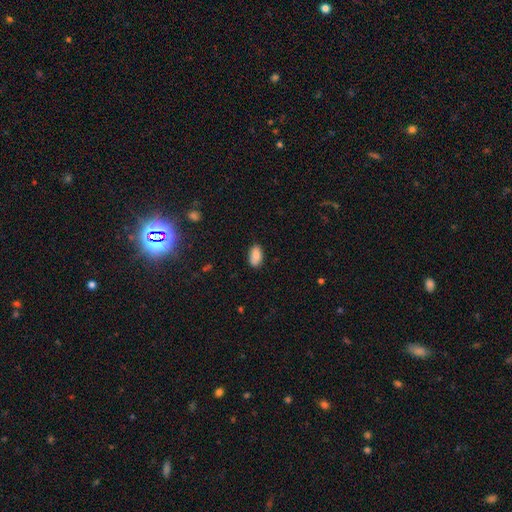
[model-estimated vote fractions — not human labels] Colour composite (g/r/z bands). It shows a smooth galaxy with no disk features (87%) that is in between round and cigar-shaped (93%). Merging: none (82%).